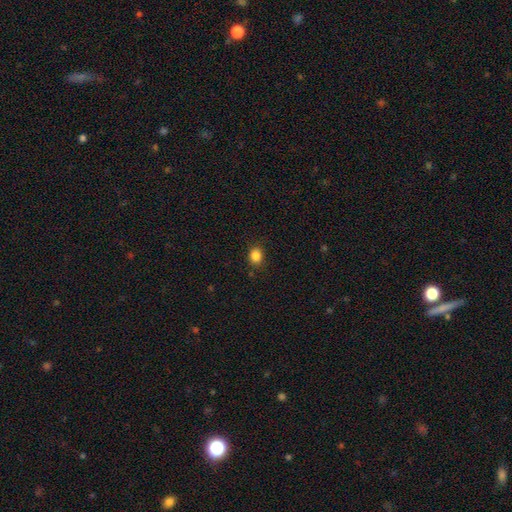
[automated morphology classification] type=smooth (85%); roundness=round (66%); merging=none (87%).